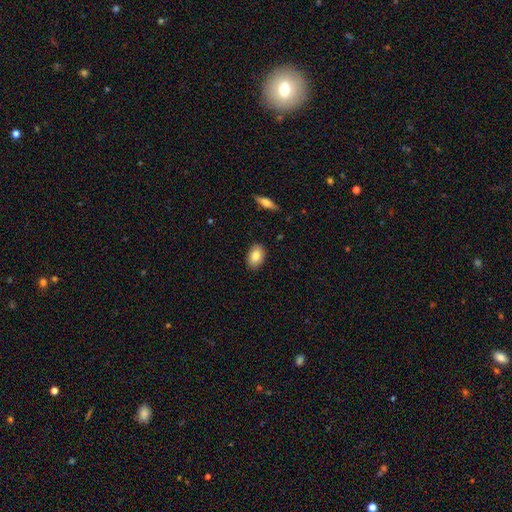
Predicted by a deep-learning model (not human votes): Smooth or featured? Predicted: smooth (p=0.82). How rounded? Predicted: in between (p=0.85). Merging? Predicted: none (p=0.89).